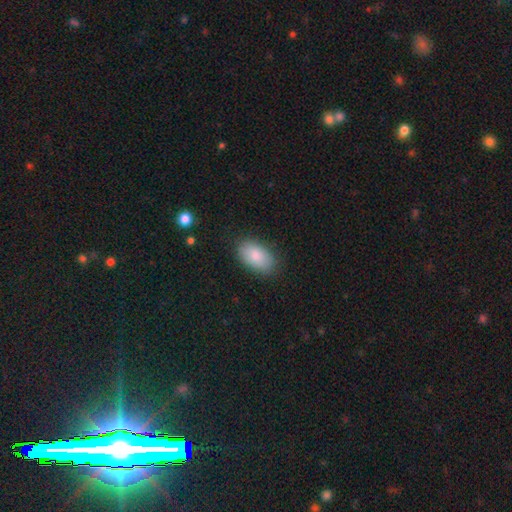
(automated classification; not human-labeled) A smooth galaxy with no disk features (85%) that is in between round and cigar-shaped (93%). Merging: none (83%).